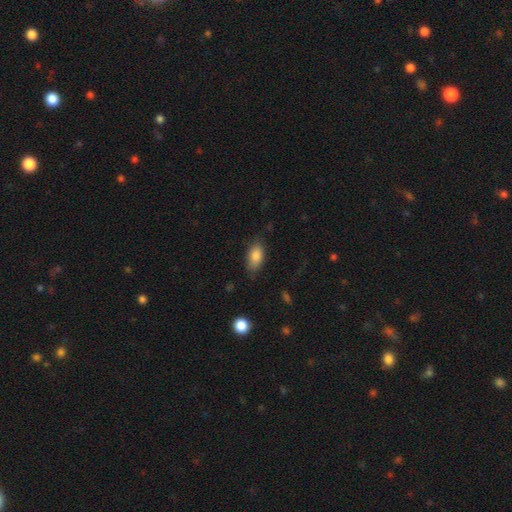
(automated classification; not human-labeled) smooth_or_featured: smooth (p=0.85) [alt: featured or disk p=0.08]
how_rounded: in between (p=0.89) [alt: cigar-shaped p=0.06]
merging: none (p=0.73) [alt: minor disturbance p=0.21]